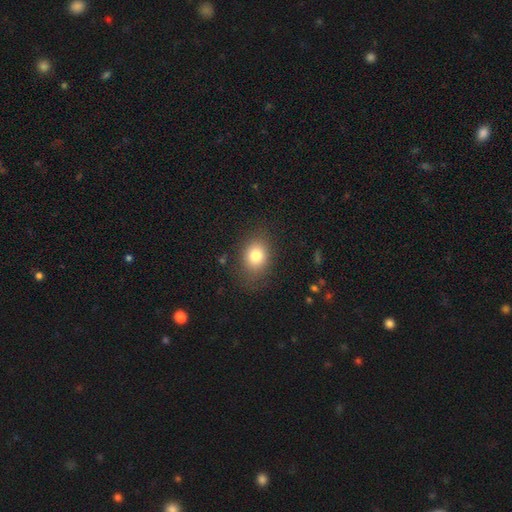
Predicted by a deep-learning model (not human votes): Smooth or featured? smooth (79%)
How rounded? in between (56%)
Merging? none (80%)